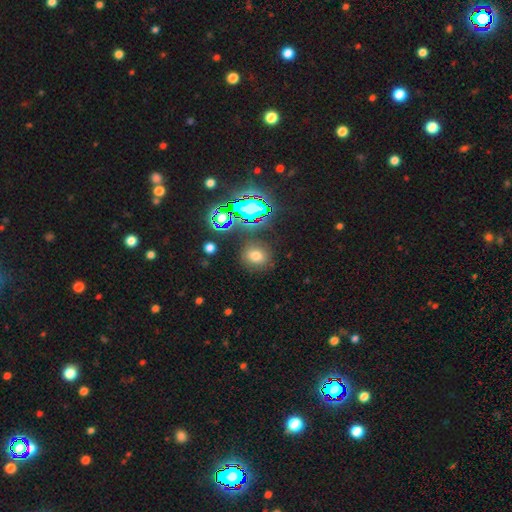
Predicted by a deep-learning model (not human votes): Q: Smooth or featured?
A: smooth (66%); runner-up: star or artifact (25%)
Q: How rounded?
A: round (63%); runner-up: in between (35%)
Q: Merging?
A: none (84%); runner-up: minor disturbance (9%)